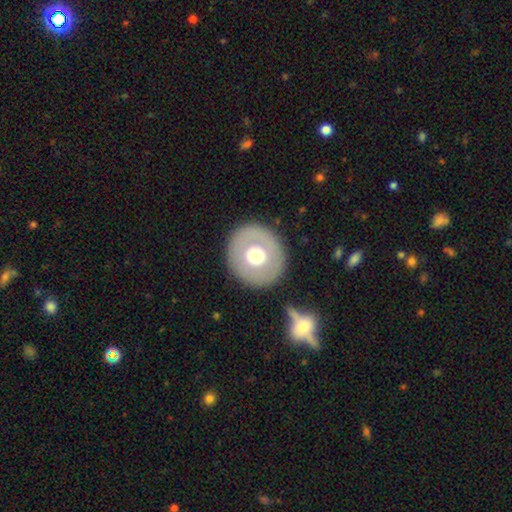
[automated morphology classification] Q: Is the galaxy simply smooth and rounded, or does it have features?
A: smooth — 54%.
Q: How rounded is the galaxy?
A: round — 90%.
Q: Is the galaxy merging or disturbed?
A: none — 86%.